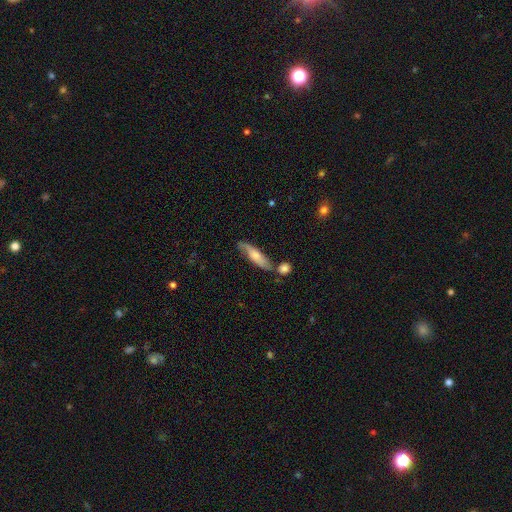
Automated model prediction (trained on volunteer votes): Smooth or featured? smooth (51%)
How rounded? cigar-shaped (64%)
Merging? none (60%)